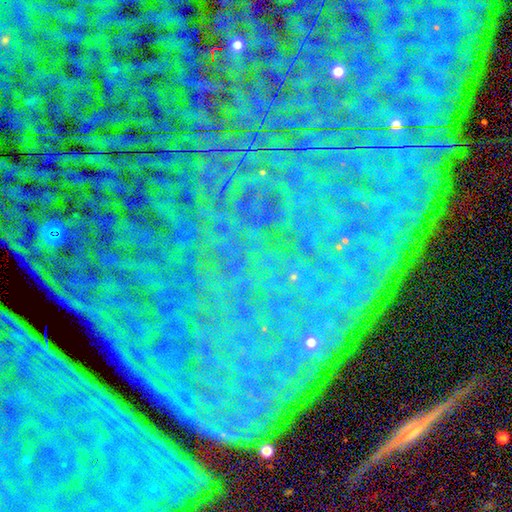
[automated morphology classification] smooth_or_featured: star or artifact (p=0.86) [alt: featured or disk p=0.07]